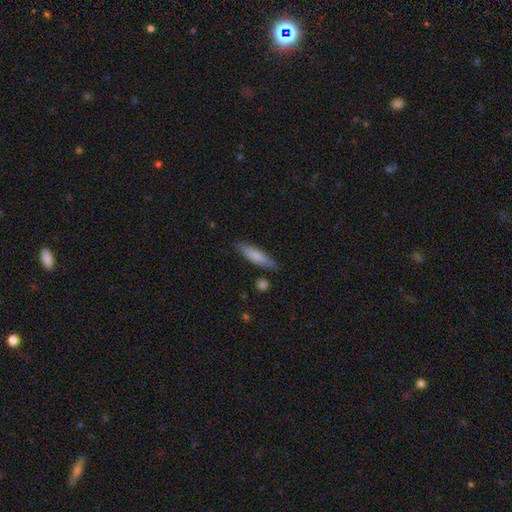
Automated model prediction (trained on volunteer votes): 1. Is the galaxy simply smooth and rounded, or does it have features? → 77% smooth, 17% featured or disk, 6% star or artifact.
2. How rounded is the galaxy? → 73% cigar-shaped, 26% in between, 2% round.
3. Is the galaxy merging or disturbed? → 83% none, 12% minor disturbance, 2% merger, 2% major disturbance.